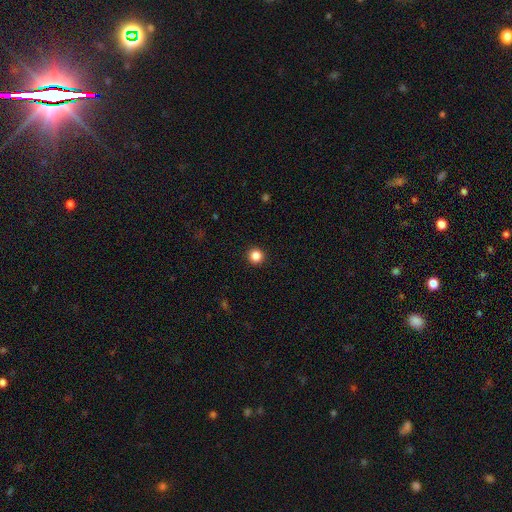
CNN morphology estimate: This appears to be a smooth galaxy with no disk features (86%) that is round (95%). Merging: none (93%).